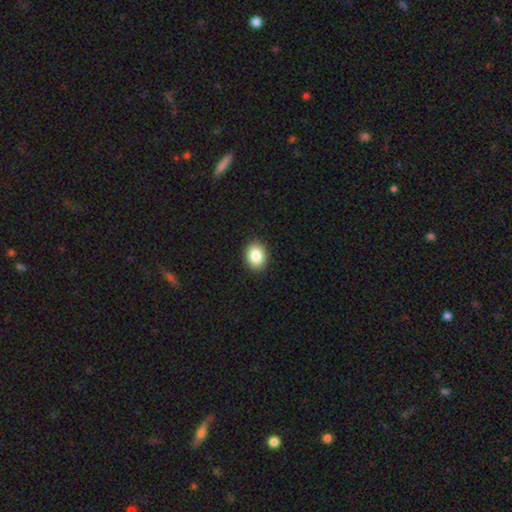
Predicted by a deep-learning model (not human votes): Smooth or featured? Predicted: smooth (p=0.86). How rounded? Predicted: in between (p=0.57). Merging? Predicted: none (p=0.90).